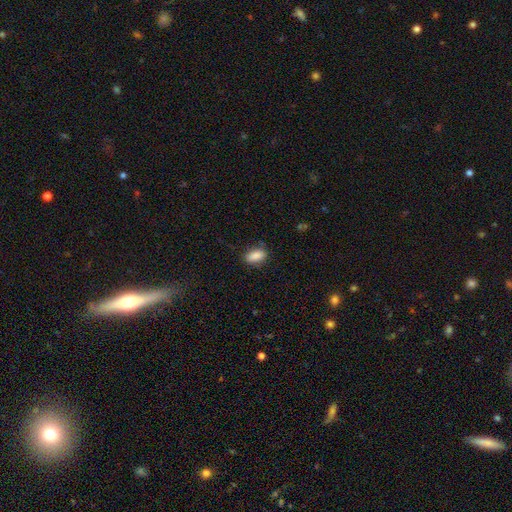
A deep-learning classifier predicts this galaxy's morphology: Smooth or featured? smooth (87%)
How rounded? in between (88%)
Merging? none (78%)